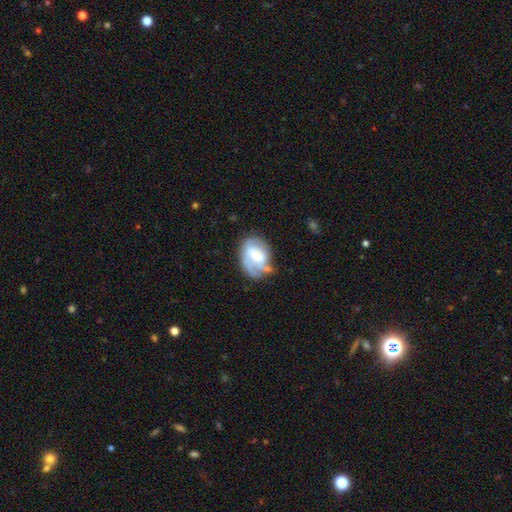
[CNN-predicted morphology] Overall: featured or disk (68%). Edge-on disk: no (97%). Bar: weak (49%; no 27%). Spiral arms: yes (80%). Spiral arm count: 2 (33%; can't tell 27%). Spiral winding: tight (40%; medium 39%). Bulge size: moderate (48%; small 44%). Merging: none (43%; minor disturbance 29%).